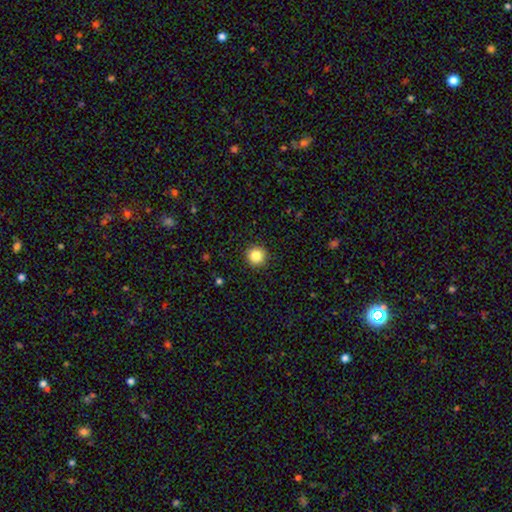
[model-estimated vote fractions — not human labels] A smooth galaxy with no disk features (84%) that is round (95%). Merging: none (92%).